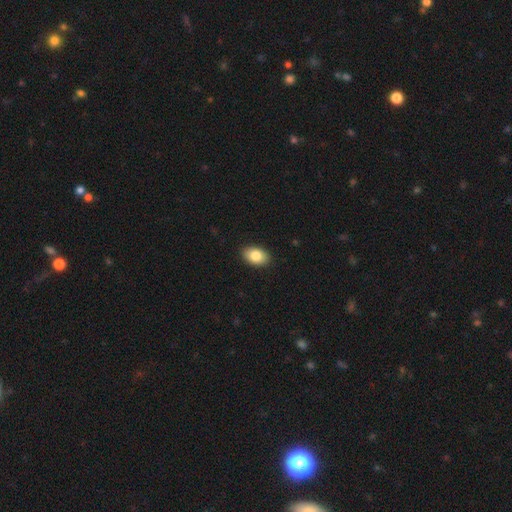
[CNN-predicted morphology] Q: Smooth or featured?
A: smooth (84%); runner-up: featured or disk (8%)
Q: How rounded?
A: in between (87%); runner-up: round (12%)
Q: Merging?
A: none (90%); runner-up: minor disturbance (7%)